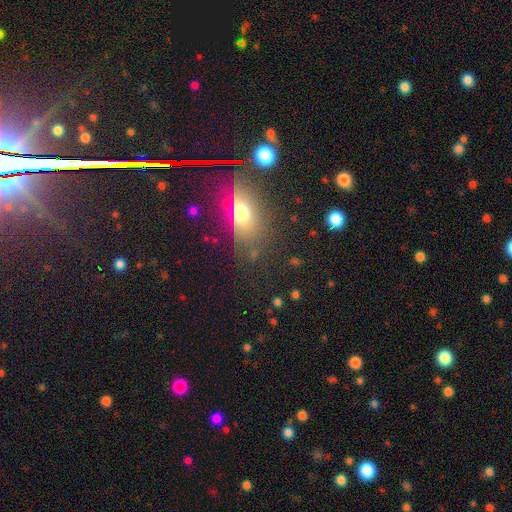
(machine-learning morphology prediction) smooth_or_featured: star or artifact (p=0.45) [alt: smooth p=0.34]